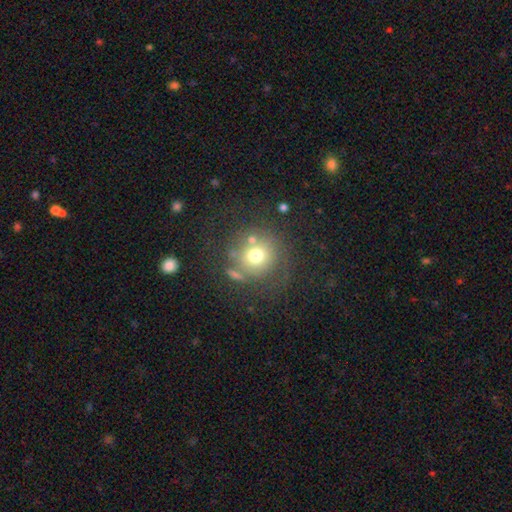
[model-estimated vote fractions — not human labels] smooth 67%, featured or disk 18%, star or artifact 15%. Down the decision tree: how rounded — round (90%); merging — none (63%).